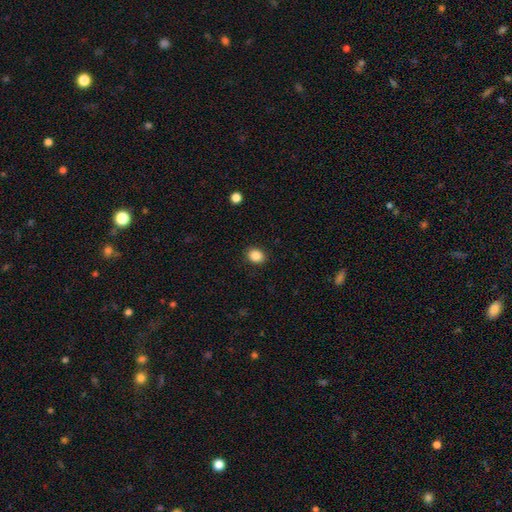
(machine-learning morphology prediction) Smooth or featured? smooth (87%)
How rounded? round (52%)
Merging? none (89%)